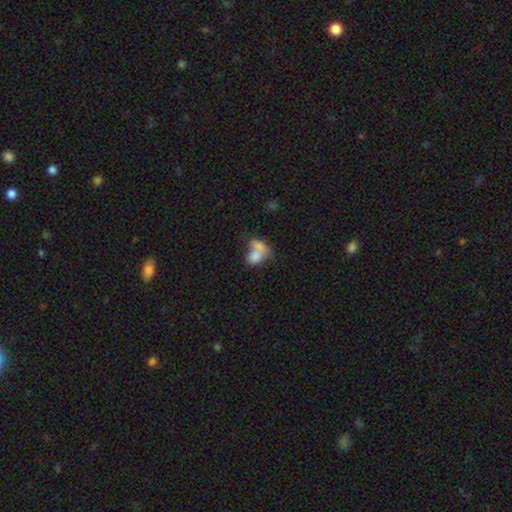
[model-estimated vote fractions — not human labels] The model was most divided on "how rounded": in between: 68%, round: 30%, cigar-shaped: 2%. More confident: smooth or featured — smooth (73%); merging — merger (67%).